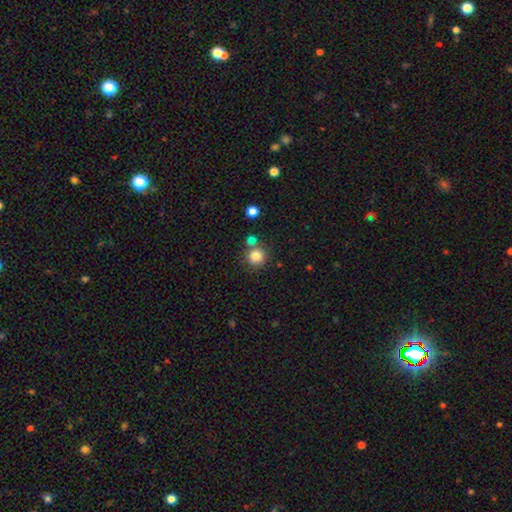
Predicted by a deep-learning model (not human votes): smooth_or_featured: smooth (p=0.81) [alt: star or artifact p=0.12]
how_rounded: round (p=0.93) [alt: in between p=0.06]
merging: none (p=0.69) [alt: merger p=0.20]